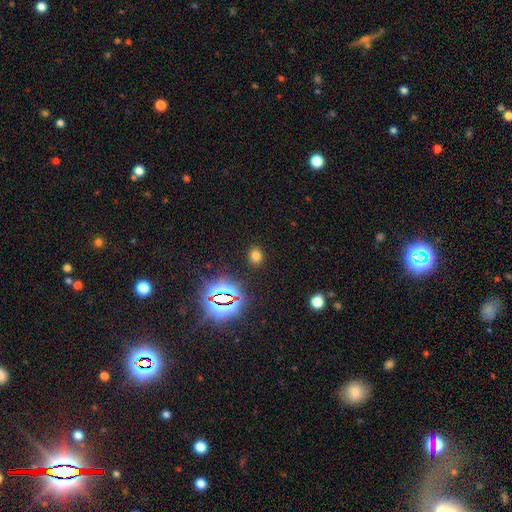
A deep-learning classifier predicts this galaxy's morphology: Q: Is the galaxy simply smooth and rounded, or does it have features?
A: smooth — 69%.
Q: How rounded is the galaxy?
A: round — 61%.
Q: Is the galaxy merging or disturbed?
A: none — 88%.